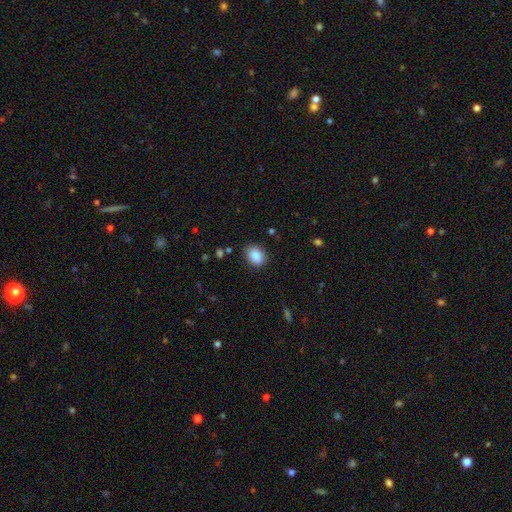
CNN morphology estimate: Smooth or featured? Predicted: smooth (p=0.87). How rounded? Predicted: in between (p=0.61). Merging? Predicted: none (p=0.86).